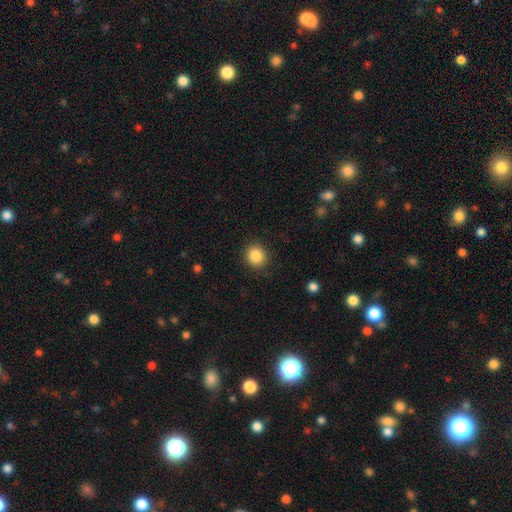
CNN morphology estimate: type=smooth (86%); roundness=round (83%); merging=none (89%).